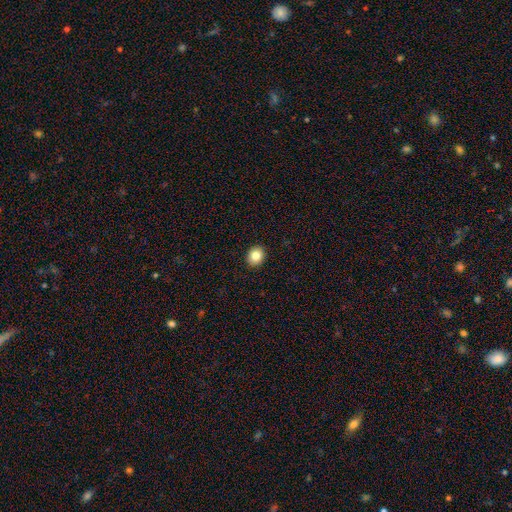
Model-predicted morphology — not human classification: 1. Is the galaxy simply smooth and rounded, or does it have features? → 83% smooth, 10% star or artifact, 7% featured or disk.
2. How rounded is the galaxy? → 67% round, 32% in between, 1% cigar-shaped.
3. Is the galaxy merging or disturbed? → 92% none, 5% minor disturbance, 2% major disturbance, 1% merger.